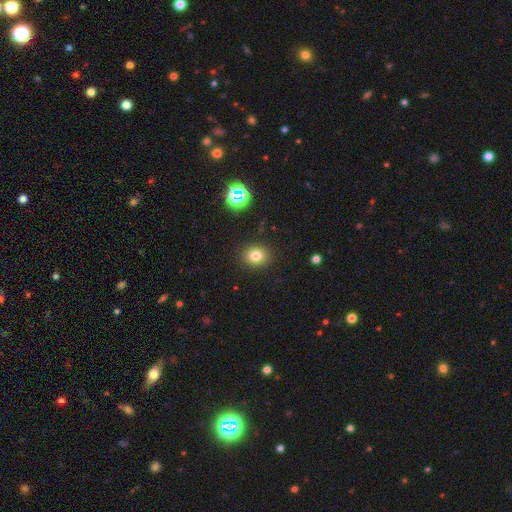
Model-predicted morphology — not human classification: smooth-or-featured: smooth: 78% | star or artifact: 15% | featured or disk: 8%
  how-rounded: round: 69% | in between: 31% | cigar-shaped: 1%
  merging: none: 88% | minor disturbance: 8% | major disturbance: 3% | merger: 1%